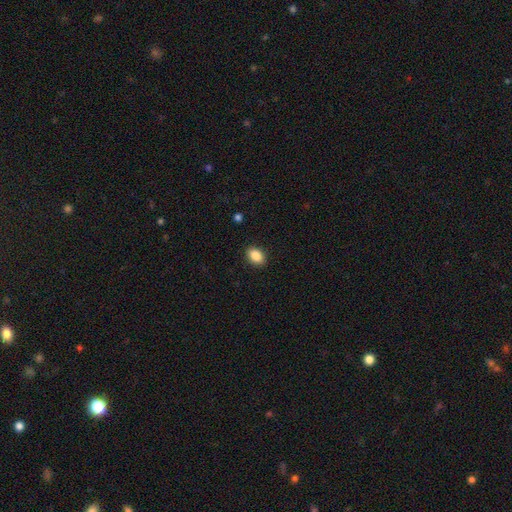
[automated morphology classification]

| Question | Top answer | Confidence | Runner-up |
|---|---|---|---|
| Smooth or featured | smooth | 87% | star or artifact (8%) |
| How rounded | in between | 82% | round (17%) |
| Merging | none | 90% | minor disturbance (7%) |